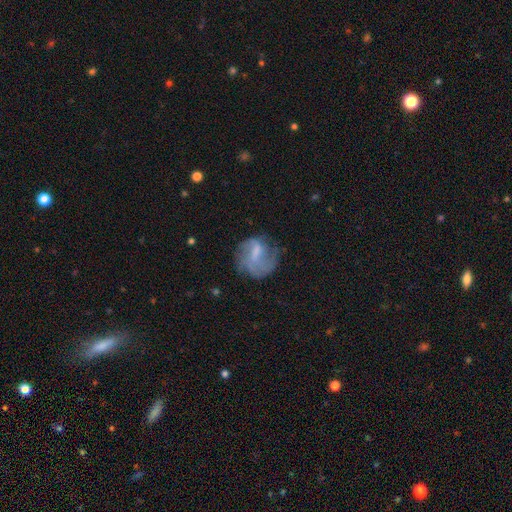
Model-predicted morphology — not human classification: A featured or disk galaxy (57%) with a weak bar (51%), spiral arms (71%) and no central bulge (37%).

Vote fractions:
- Smooth or featured? featured or disk: 57% / smooth: 34% / star or artifact: 9%
- Edge-on disk? no: 98% / yes: 2%
- Bar? weak: 51% / no: 31% / strong: 18%
- Spiral arms? yes: 71% / no: 29%
- Bulge size? none: 37% / small: 29% / moderate: 28% / large: 5% / dominant: 1%
- Merging? none: 51% / minor disturbance: 24% / major disturbance: 23% / merger: 2%